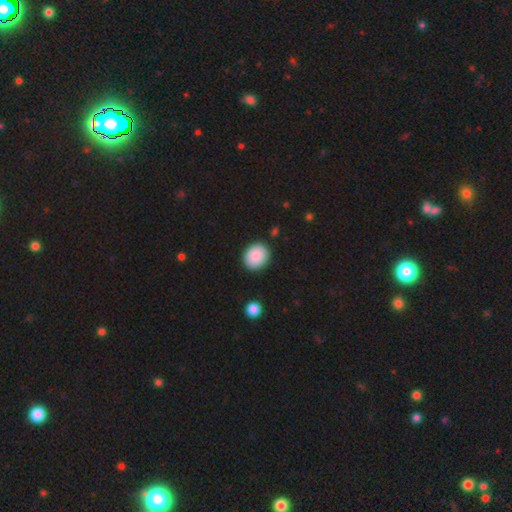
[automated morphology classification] smooth 89%, star or artifact 7%, featured or disk 4%. Down the decision tree: how rounded — round (66%); merging — none (89%).